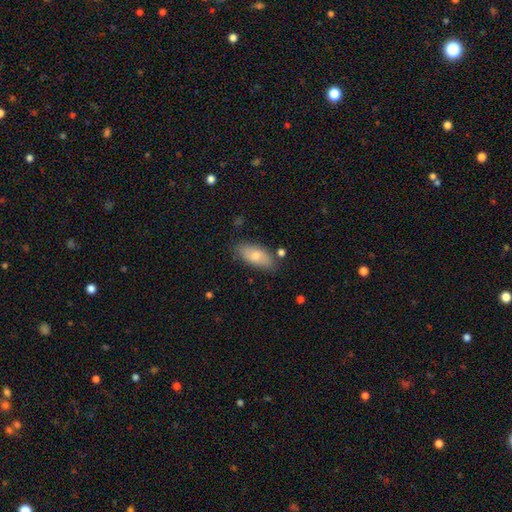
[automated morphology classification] Q: Smooth or featured?
A: smooth (73%); runner-up: featured or disk (20%)
Q: How rounded?
A: in between (87%); runner-up: cigar-shaped (11%)
Q: Merging?
A: none (80%); runner-up: minor disturbance (14%)